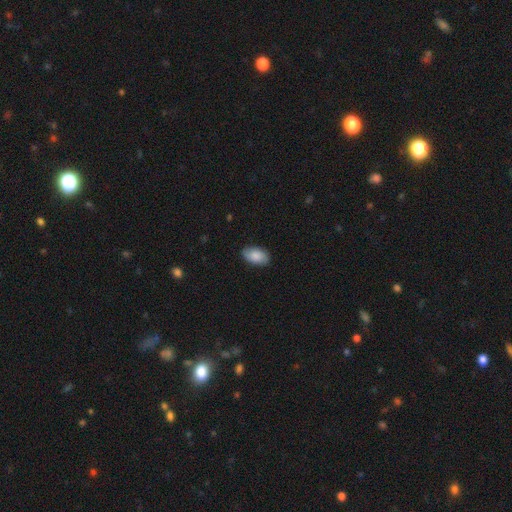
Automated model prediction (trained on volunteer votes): Smooth or featured: smooth — 78% (featured or disk — 15%)
How rounded: in between — 93% (round — 5%)
Merging: none — 84% (minor disturbance — 13%)